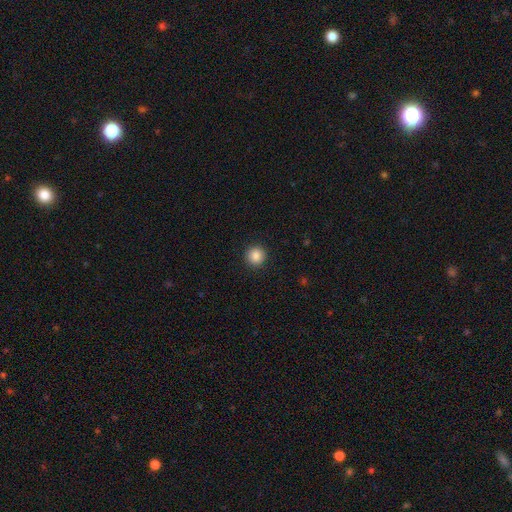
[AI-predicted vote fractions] Q: Smooth or featured?
A: smooth (86%); runner-up: star or artifact (10%)
Q: How rounded?
A: round (95%); runner-up: in between (4%)
Q: Merging?
A: none (92%); runner-up: minor disturbance (5%)